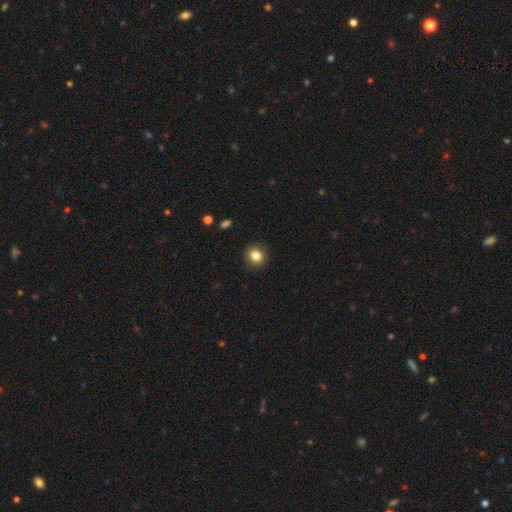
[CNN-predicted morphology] This appears to be a smooth galaxy with no disk features (84%) that is round (87%). Merging: none (91%).